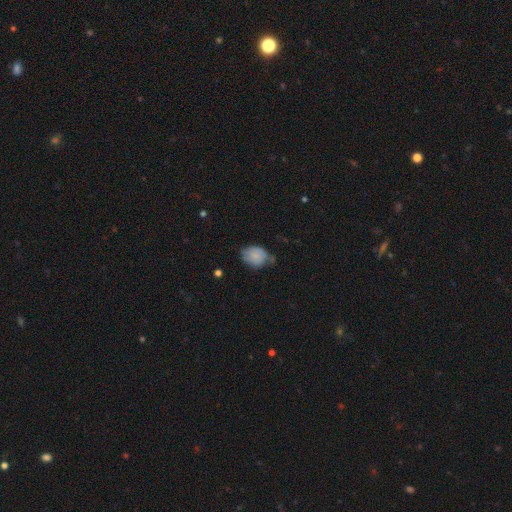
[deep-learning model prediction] This appears to be a smooth galaxy with no disk features (78%) that is in between round and cigar-shaped (60%). Merging: none (48%).